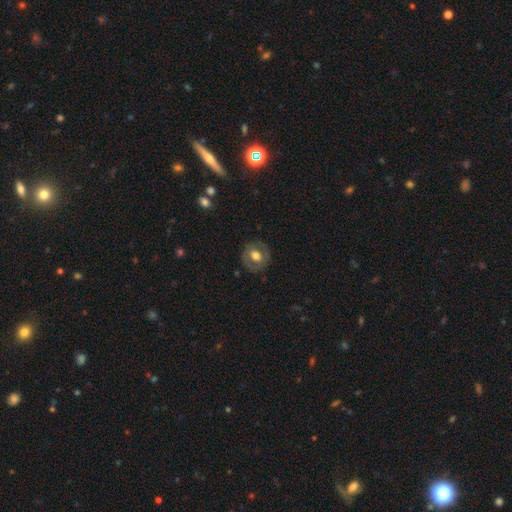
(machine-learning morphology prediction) This appears to be a smooth galaxy with no disk features (57%) that is round (78%). Merging: none (83%).